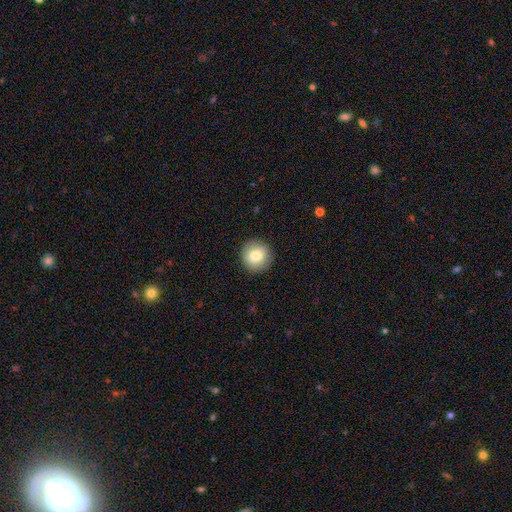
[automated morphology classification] A smooth galaxy with no disk features (81%) that is round (94%). Merging: none (91%).